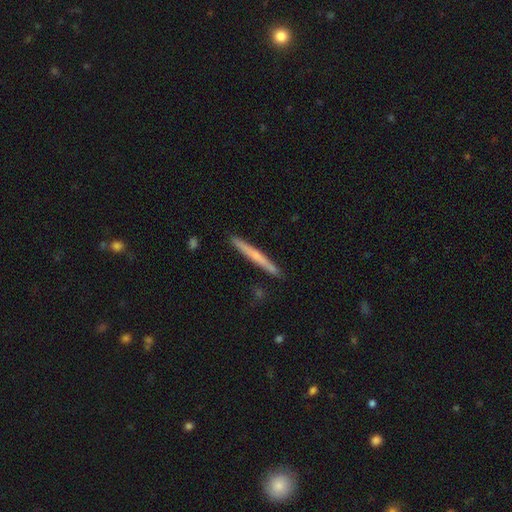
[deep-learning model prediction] Overall: featured or disk (48%; smooth 47%). Merging: none (91%).